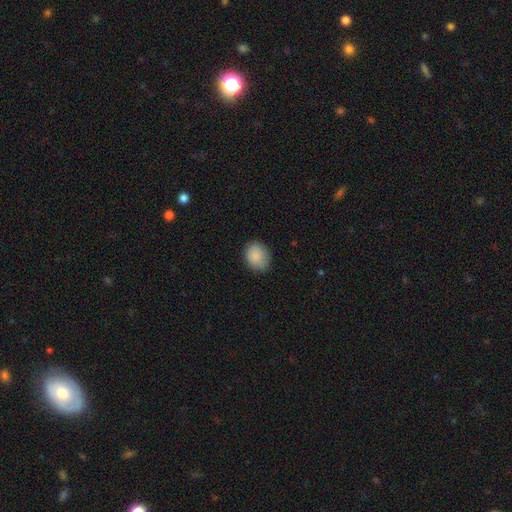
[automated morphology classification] The model was most divided on "how rounded": round: 56%, in between: 43%, cigar-shaped: 1%. More confident: smooth or featured — smooth (88%); merging — none (81%).